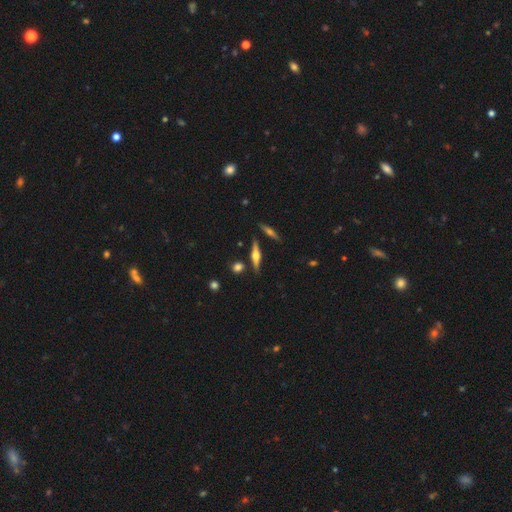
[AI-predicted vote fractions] A featured or disk galaxy (72%) viewed edge-on (97%) with a rounded central bulge (93%).

Vote fractions:
- Smooth or featured? featured or disk: 72% / smooth: 22% / star or artifact: 7%
- Edge-on disk? yes: 97% / no: 3%
- Edge-on bulge? rounded: 93% / boxy: 5% / none: 2%
- Merging? none: 85% / minor disturbance: 8% / merger: 4% / major disturbance: 2%